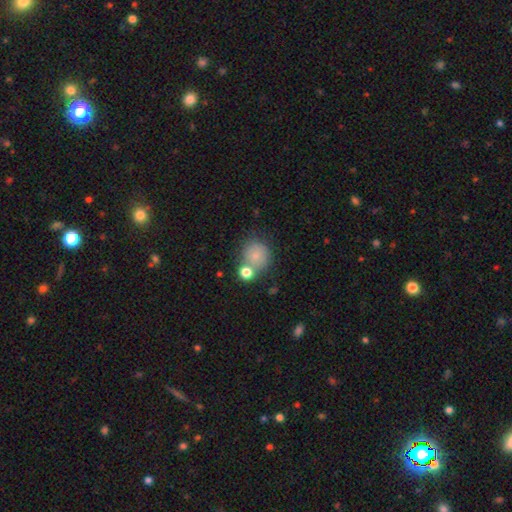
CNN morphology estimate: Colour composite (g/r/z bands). It shows a smooth galaxy with no disk features (80%) that is round (85%). Merging: none (58%).